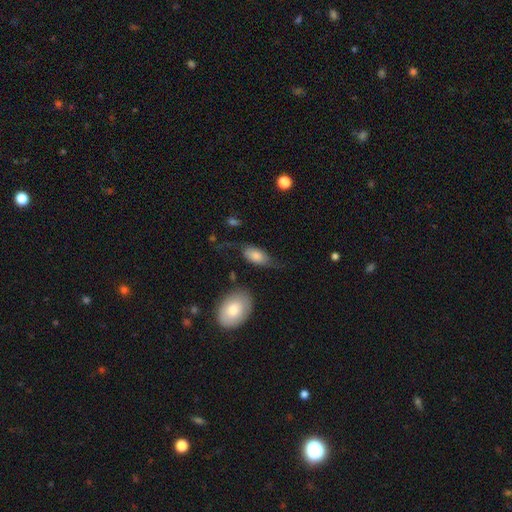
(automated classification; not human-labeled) Smooth or featured?
  - smooth: 65% *
  - featured or disk: 28%
  - star or artifact: 7%
How rounded?
  - in between: 91% *
  - round: 5%
  - cigar-shaped: 5%
Merging?
  - none: 47% *
  - minor disturbance: 25%
  - major disturbance: 23%
  - merger: 5%